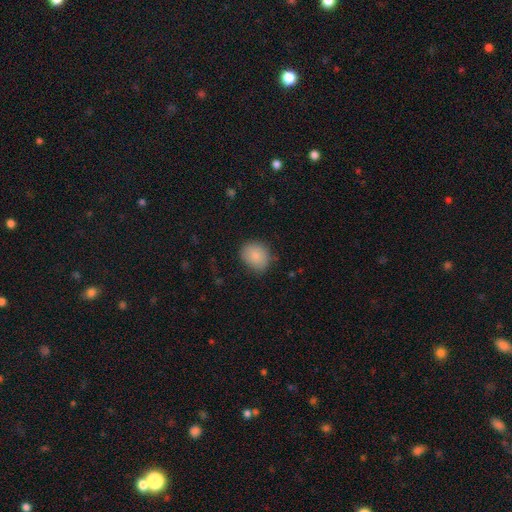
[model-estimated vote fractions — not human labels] Q: Smooth or featured?
A: smooth (84%); runner-up: featured or disk (8%)
Q: How rounded?
A: round (62%); runner-up: in between (37%)
Q: Merging?
A: none (74%); runner-up: minor disturbance (20%)